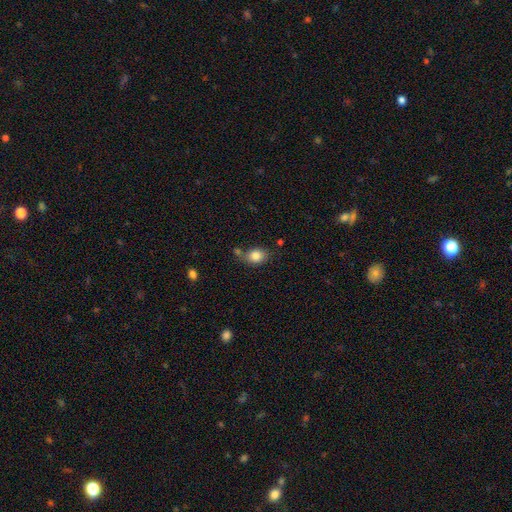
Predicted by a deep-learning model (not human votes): smooth-or-featured: smooth: 83% | star or artifact: 9% | featured or disk: 8%
  how-rounded: in between: 61% | round: 37% | cigar-shaped: 1%
  merging: none: 62% | minor disturbance: 17% | merger: 16% | major disturbance: 5%